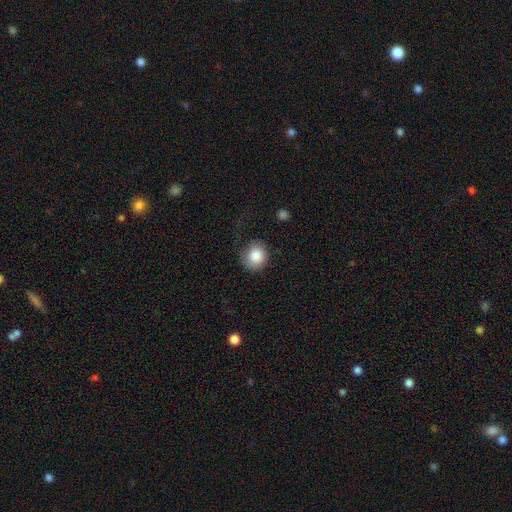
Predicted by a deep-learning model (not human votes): Morphology: type=smooth (85%); roundness=round (81%); merging=none (70%).